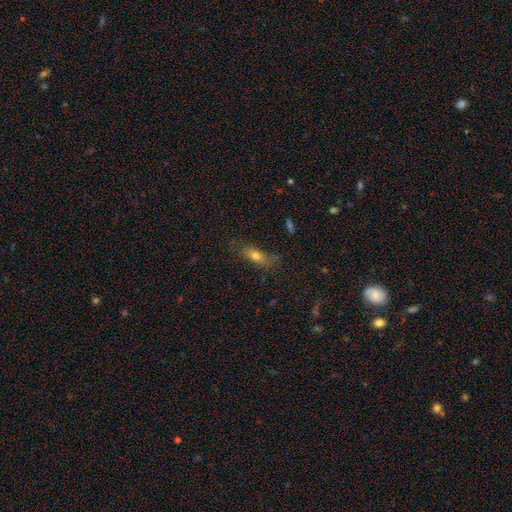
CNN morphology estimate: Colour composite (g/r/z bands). It shows a smooth galaxy with no disk features (67%) that is in between round and cigar-shaped (59%). Merging: none (67%).